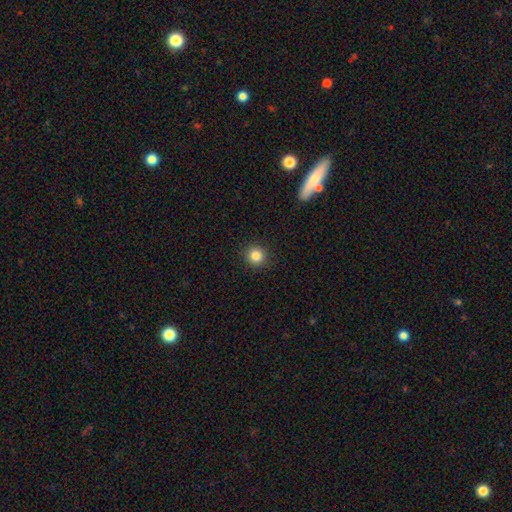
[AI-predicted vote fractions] smooth 84%, star or artifact 11%, featured or disk 4%. Down the decision tree: how rounded — round (92%); merging — none (91%).